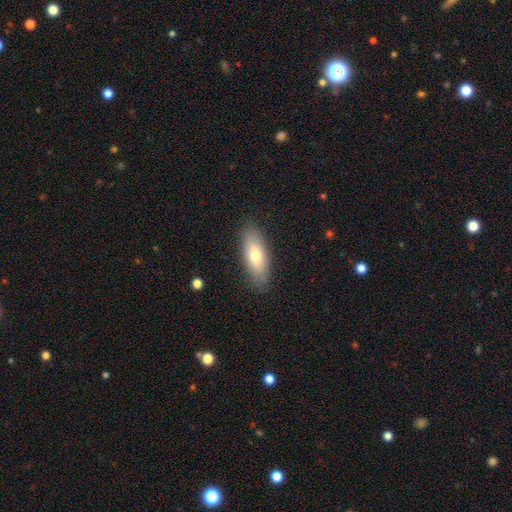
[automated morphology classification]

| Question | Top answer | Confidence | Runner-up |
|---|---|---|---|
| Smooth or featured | smooth | 70% | featured or disk (23%) |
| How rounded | in between | 68% | cigar-shaped (30%) |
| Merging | none | 87% | minor disturbance (9%) |